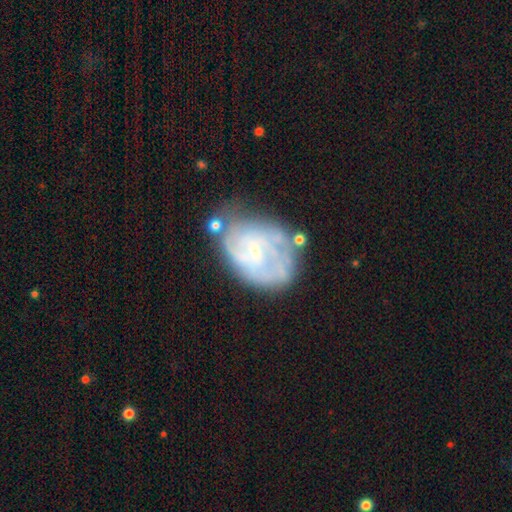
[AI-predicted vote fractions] smooth-or-featured: featured or disk: 73% | smooth: 19% | star or artifact: 8%
  disk-edge-on: no: 97% | yes: 3%
    bar: no: 56% | weak: 37% | strong: 8%
    has-spiral-arms: yes: 75% | no: 25%
      spiral-winding: tight: 57% | medium: 31% | loose: 12%
      spiral-arm-count: can't tell: 49% | 2: 24% | 3: 12% | 4: 6% | 1: 6% | more than 4: 4%
    bulge-size: small: 76% | moderate: 14% | none: 8% | large: 1% | dominant: 1%
  merging: none: 49% | minor disturbance: 27% | major disturbance: 16% | merger: 8%